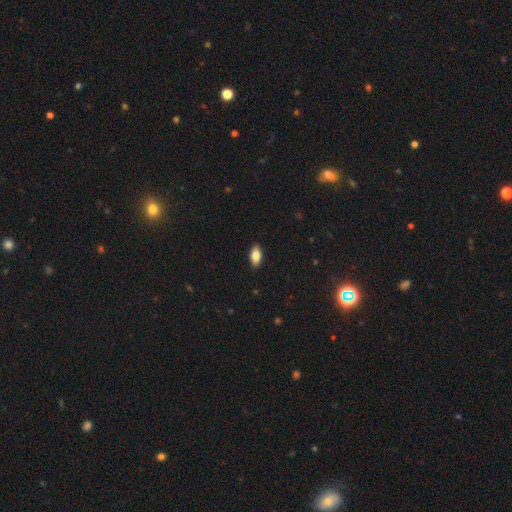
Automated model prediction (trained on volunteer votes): Morphology: type=smooth (82%); roundness=in between (91%); merging=none (90%).